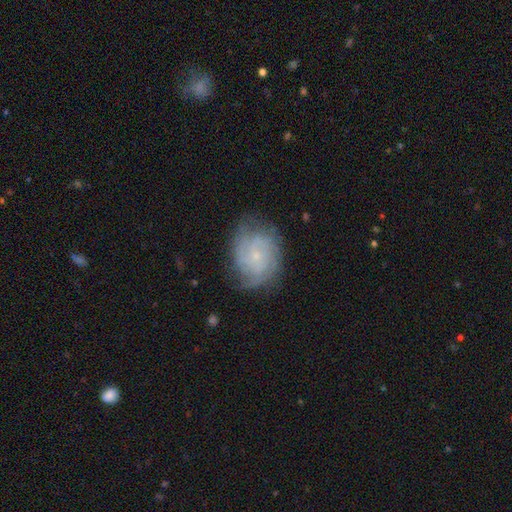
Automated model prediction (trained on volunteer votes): Overall: featured or disk (74%). Edge-on disk: no (97%). Bar: no (77%). Spiral arms: yes (93%). Spiral arm count: can't tell (38%; 3 18%). Spiral winding: tight (61%; medium 31%). Bulge size: small (83%). Merging: none (72%).